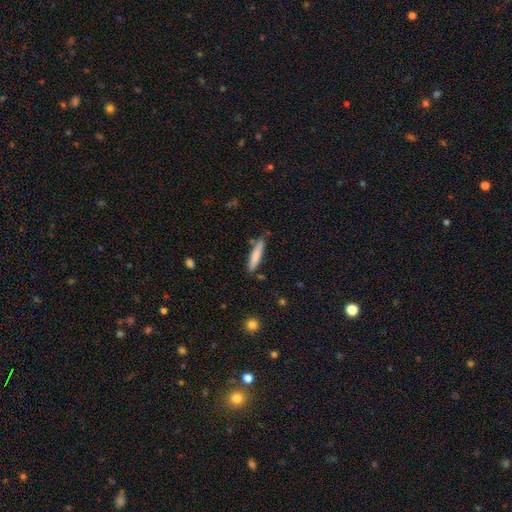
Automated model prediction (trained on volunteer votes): Q: Smooth or featured?
A: smooth (76%); runner-up: featured or disk (18%)
Q: How rounded?
A: cigar-shaped (89%); runner-up: in between (10%)
Q: Merging?
A: none (83%); runner-up: minor disturbance (12%)